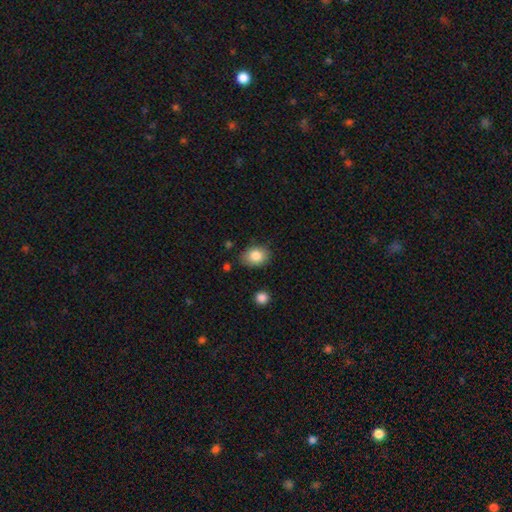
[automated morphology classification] This appears to be a smooth galaxy with no disk features (85%) that is in between round and cigar-shaped (67%). Merging: none (80%).